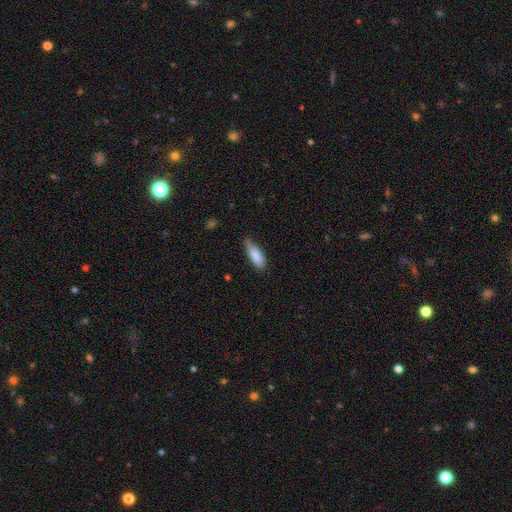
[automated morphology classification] A smooth galaxy with no disk features (85%) that is in between round and cigar-shaped (63%). Merging: none (61%).